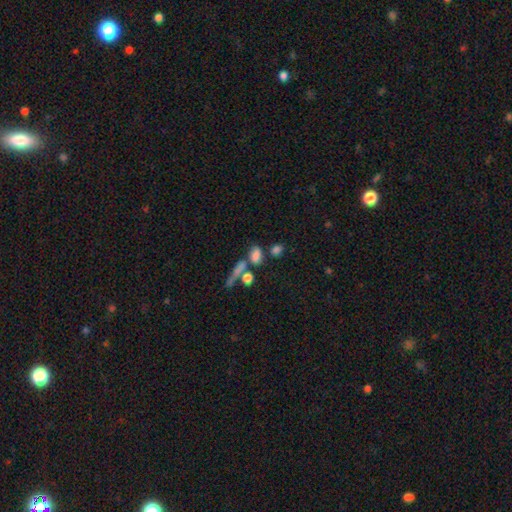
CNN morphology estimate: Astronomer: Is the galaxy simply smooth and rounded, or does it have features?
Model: smooth — 74%.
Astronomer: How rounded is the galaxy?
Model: in between — 72%.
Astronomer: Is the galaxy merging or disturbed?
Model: none — 47% (runner-up: merger, 31%).